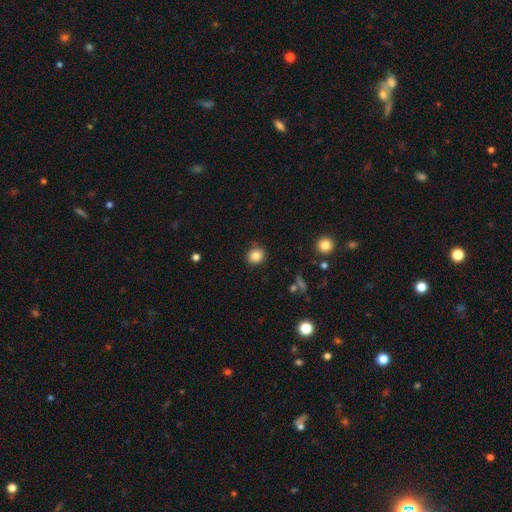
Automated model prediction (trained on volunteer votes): Q: Smooth or featured?
A: smooth (85%); runner-up: star or artifact (10%)
Q: How rounded?
A: round (70%); runner-up: in between (29%)
Q: Merging?
A: none (86%); runner-up: minor disturbance (10%)